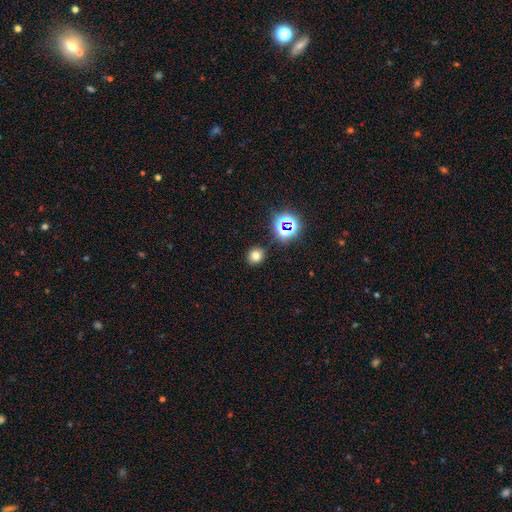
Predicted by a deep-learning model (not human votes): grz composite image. It shows a smooth galaxy with no disk features (72%) that is round (81%). Merging: none (88%).